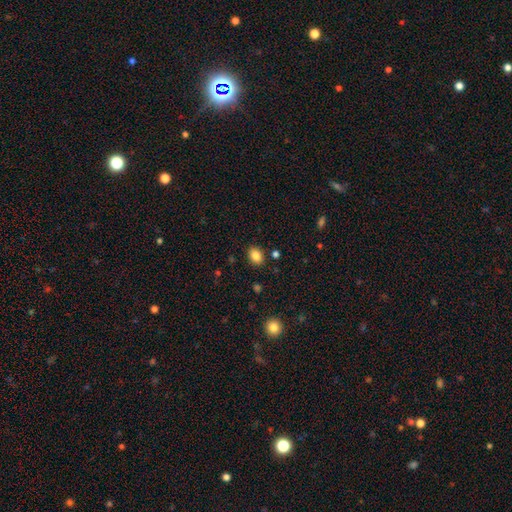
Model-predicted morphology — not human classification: type=smooth (86%); roundness=in between (66%); merging=none (86%).